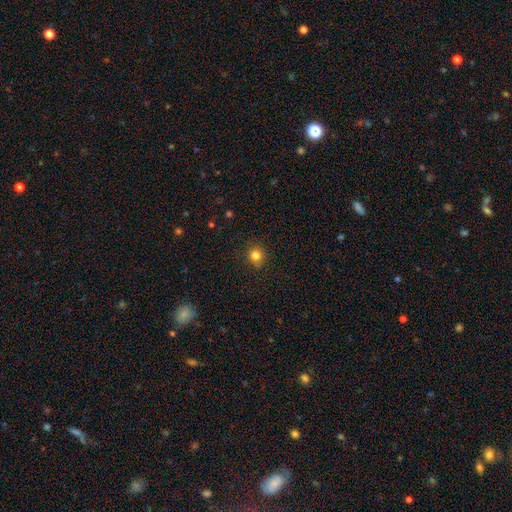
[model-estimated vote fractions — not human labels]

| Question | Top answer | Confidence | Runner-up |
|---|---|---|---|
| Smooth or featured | smooth | 82% | star or artifact (13%) |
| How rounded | round | 88% | in between (11%) |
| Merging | none | 88% | minor disturbance (8%) |